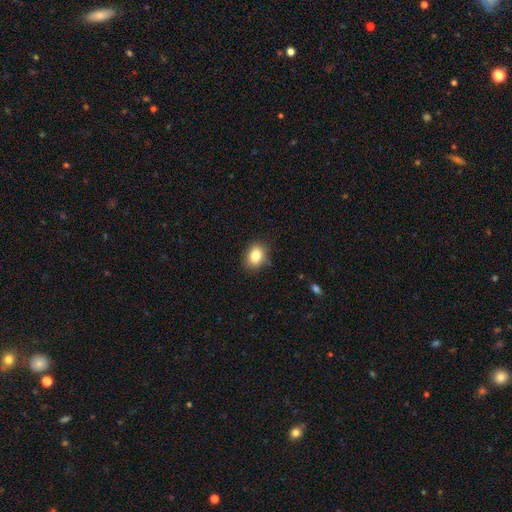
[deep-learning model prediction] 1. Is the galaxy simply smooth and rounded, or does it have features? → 83% smooth, 10% star or artifact, 7% featured or disk.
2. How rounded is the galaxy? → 52% in between, 47% round, 1% cigar-shaped.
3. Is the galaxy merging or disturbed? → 82% none, 14% minor disturbance, 3% major disturbance, 1% merger.